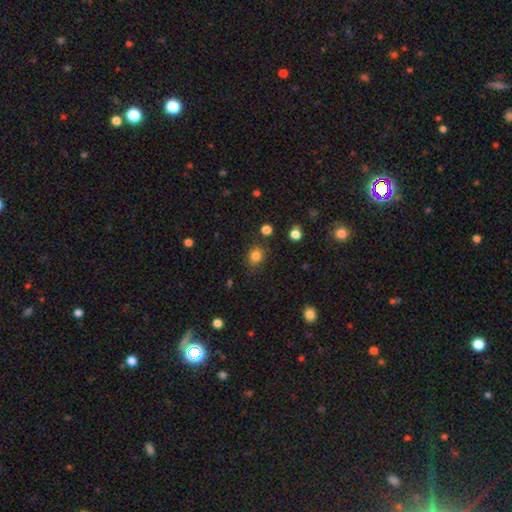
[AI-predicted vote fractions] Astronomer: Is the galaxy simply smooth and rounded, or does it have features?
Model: smooth — 82%.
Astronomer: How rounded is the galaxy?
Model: round — 77%.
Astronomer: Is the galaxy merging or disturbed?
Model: none — 82%.